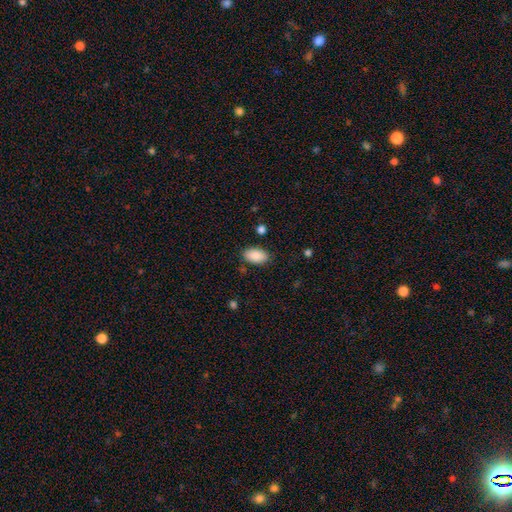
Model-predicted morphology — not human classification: Overall: smooth (90%). How rounded: in between (94%). Merging: none (85%).